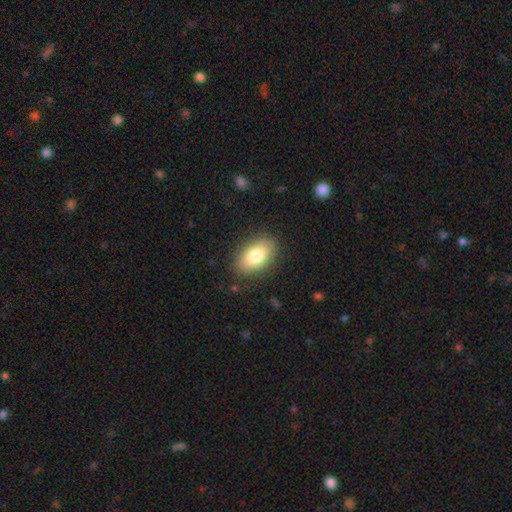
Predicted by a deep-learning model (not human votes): smooth-or-featured: smooth: 80% | featured or disk: 13% | star or artifact: 7%
  how-rounded: in between: 91% | round: 7% | cigar-shaped: 2%
  merging: none: 86% | minor disturbance: 10% | major disturbance: 3% | merger: 1%